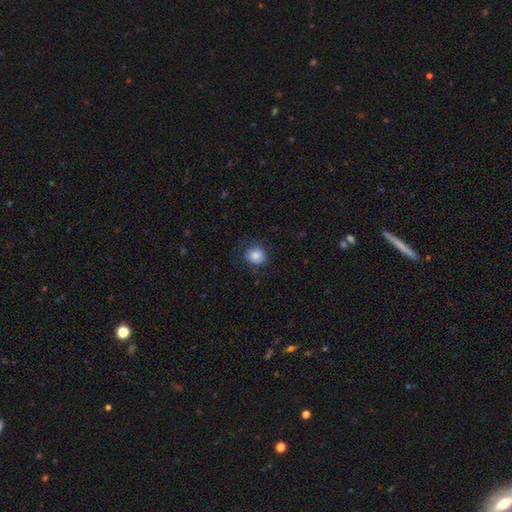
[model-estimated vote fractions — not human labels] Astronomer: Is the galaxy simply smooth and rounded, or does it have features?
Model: smooth — 79%.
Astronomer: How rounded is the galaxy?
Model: round — 80%.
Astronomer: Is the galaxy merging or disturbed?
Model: none — 69%.